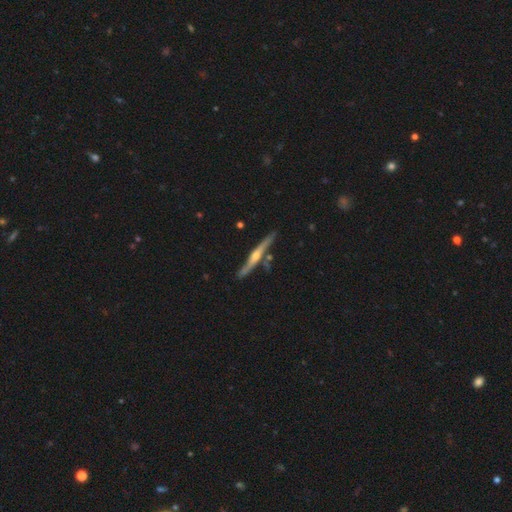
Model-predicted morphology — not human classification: This appears to be a featured or disk galaxy (77%) viewed edge-on (97%) with a rounded central bulge (85%). Merging: none (81%).